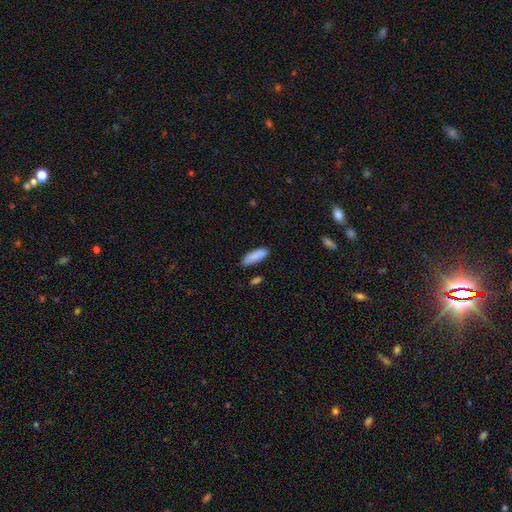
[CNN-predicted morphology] Smooth or featured?
  - smooth: 87% *
  - featured or disk: 7%
  - star or artifact: 6%
How rounded?
  - in between: 60% *
  - cigar-shaped: 38%
  - round: 2%
Merging?
  - none: 77% *
  - minor disturbance: 16%
  - merger: 4%
  - major disturbance: 3%